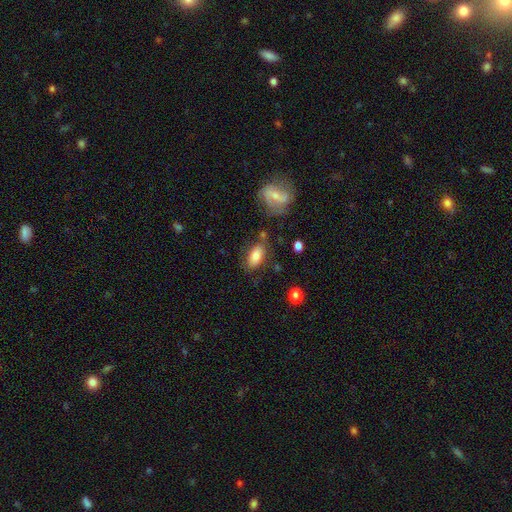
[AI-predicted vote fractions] This appears to be a smooth galaxy with no disk features (77%) that is in between round and cigar-shaped (89%). Merging: none (71%).